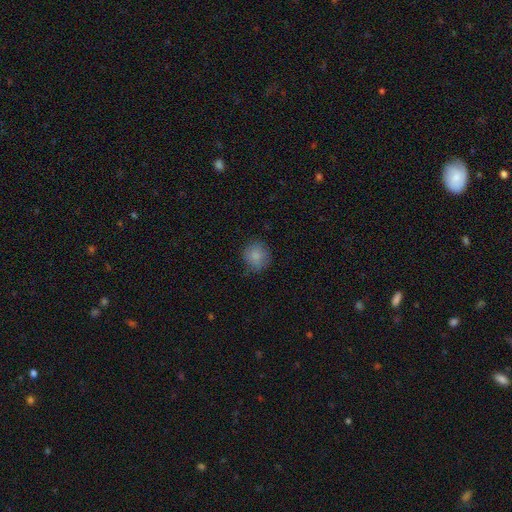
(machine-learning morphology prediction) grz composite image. It shows a smooth galaxy with no disk features (85%) that is round (87%). Merging: none (77%).